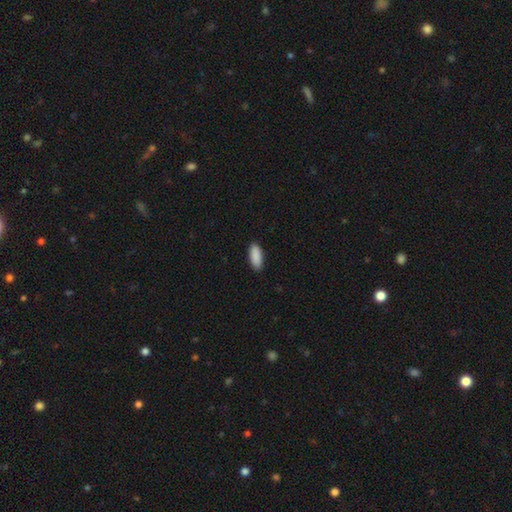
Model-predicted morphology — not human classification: Smooth or featured?
  - smooth: 91% *
  - star or artifact: 6%
  - featured or disk: 3%
How rounded?
  - in between: 79% *
  - cigar-shaped: 20%
  - round: 2%
Merging?
  - none: 89% *
  - minor disturbance: 9%
  - major disturbance: 2%
  - merger: 1%